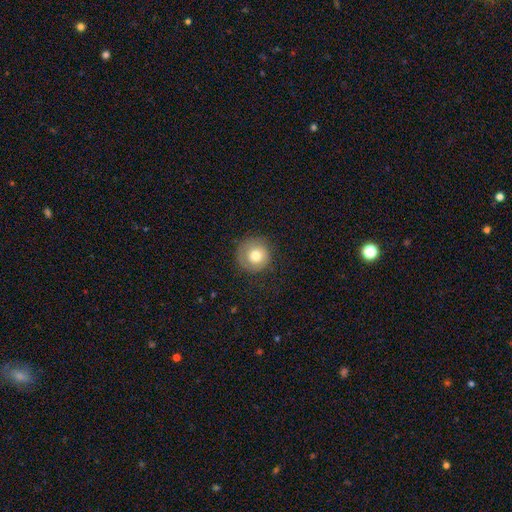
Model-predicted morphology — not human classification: Overall: smooth (72%). How rounded: round (95%). Merging: none (80%).